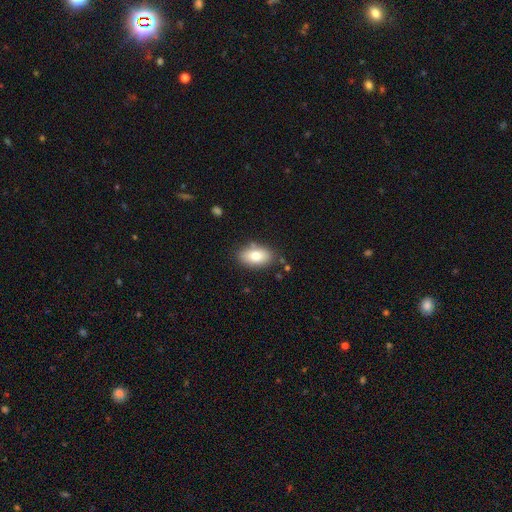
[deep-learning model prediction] This is likely a smooth galaxy (79%). How rounded: clearly in between (91%). Merging: clearly none (81%).